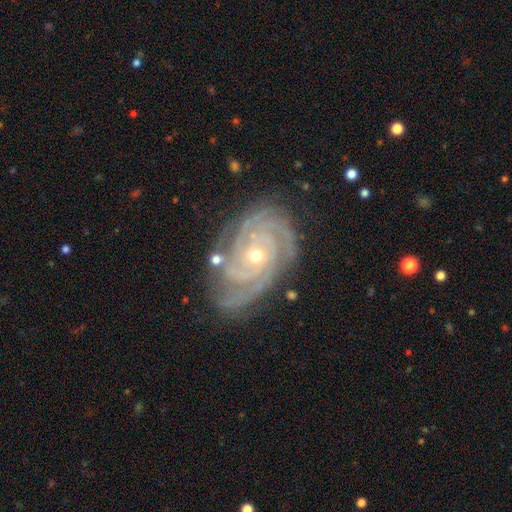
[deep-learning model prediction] smooth_or_featured: featured or disk (p=0.92) [alt: star or artifact p=0.05]
disk_edge_on: no (p=0.97) [alt: yes p=0.03]
bar: no (p=0.70) [alt: weak p=0.21]
has_spiral_arms: yes (p=0.99) [alt: no p=0.01]
spiral_winding: tight (p=0.82) [alt: medium p=0.16]
spiral_arm_count: 3 (p=0.32) [alt: 4 p=0.29]
bulge_size: small (p=0.60) [alt: moderate p=0.37]
merging: none (p=0.78) [alt: minor disturbance p=0.16]